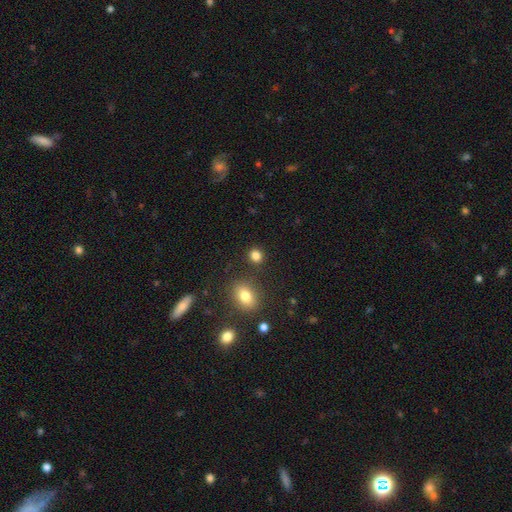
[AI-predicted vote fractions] A smooth galaxy with no disk features (83%) that is round (78%).

Vote fractions:
- Smooth or featured? smooth: 83% / star or artifact: 12% / featured or disk: 5%
- How rounded? round: 78% / in between: 21% / cigar-shaped: 1%
- Merging? none: 85% / minor disturbance: 8% / merger: 5% / major disturbance: 3%